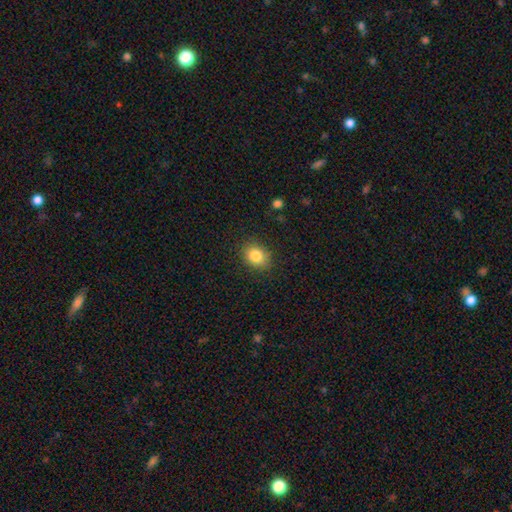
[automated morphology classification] Smooth or featured? Predicted: smooth (p=0.83). How rounded? Predicted: round (p=0.52). Merging? Predicted: none (p=0.85).